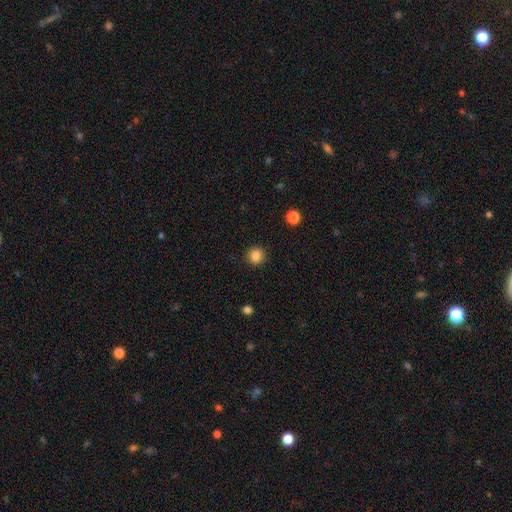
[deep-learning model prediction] A smooth galaxy with no disk features (86%) that is round (90%). Merging: none (90%).